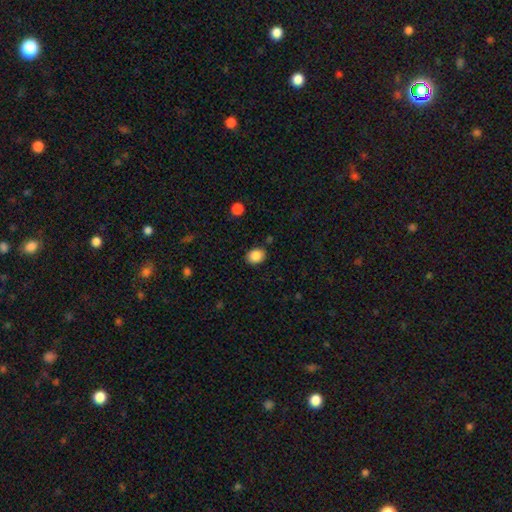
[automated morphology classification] This is clearly a smooth galaxy (87%). How rounded: possibly in between (52%). Merging: clearly none (85%).